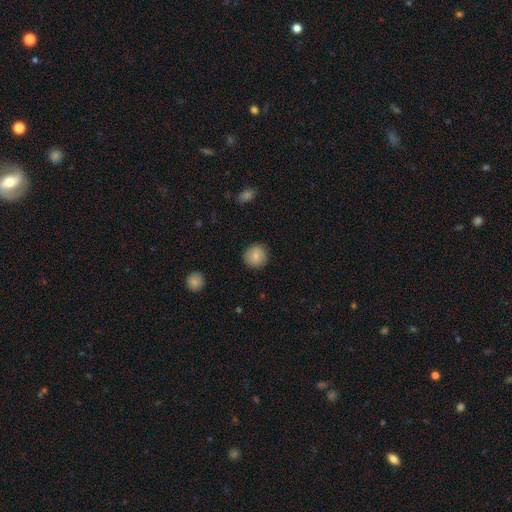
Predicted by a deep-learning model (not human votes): This appears to be a smooth galaxy with no disk features (84%) that is round (93%). Merging: none (89%).